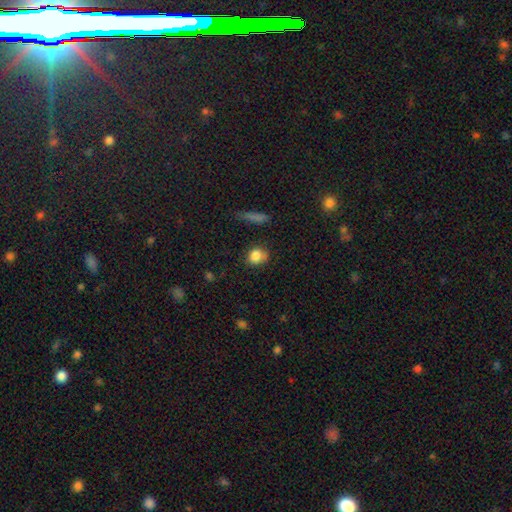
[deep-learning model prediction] Smooth or featured: smooth — 83% (star or artifact — 10%)
How rounded: round — 58% (in between — 40%)
Merging: none — 65% (minor disturbance — 24%)